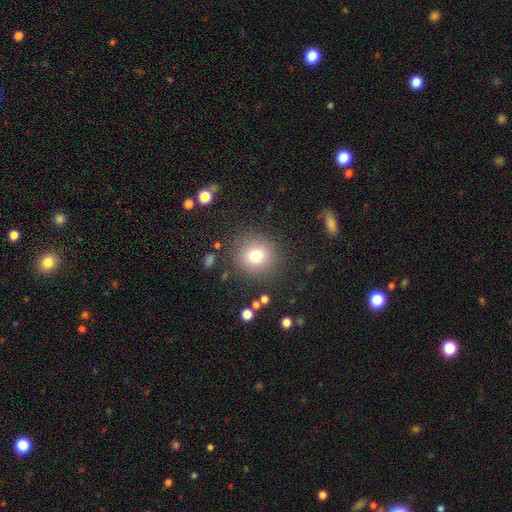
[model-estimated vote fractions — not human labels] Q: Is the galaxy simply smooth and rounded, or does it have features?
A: smooth — 76%.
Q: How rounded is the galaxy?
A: round — 90%.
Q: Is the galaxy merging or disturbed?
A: none — 86%.